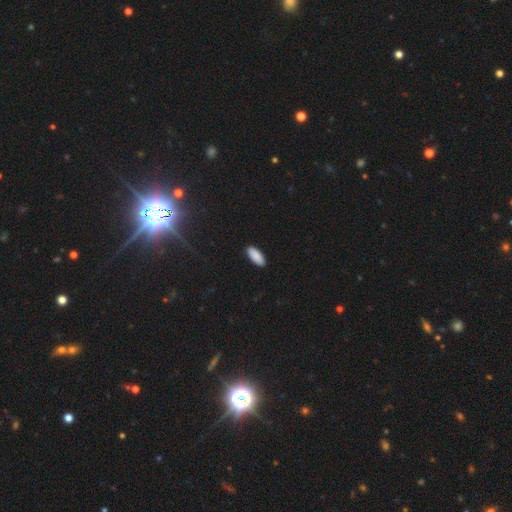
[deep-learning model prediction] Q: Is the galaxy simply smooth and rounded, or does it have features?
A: smooth — 90%.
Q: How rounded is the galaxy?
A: in between — 84%.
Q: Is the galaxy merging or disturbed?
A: none — 90%.